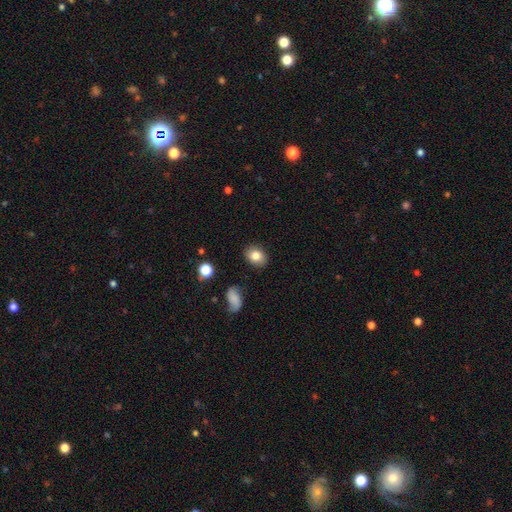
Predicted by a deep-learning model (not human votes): The model was most divided on "how rounded": in between: 66%, round: 33%, cigar-shaped: 1%. More confident: merging — none (86%); smooth or featured — smooth (82%).